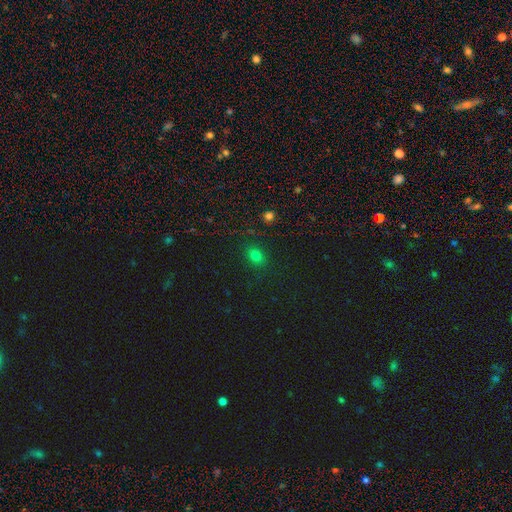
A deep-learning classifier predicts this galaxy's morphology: type=smooth (75%); roundness=in between (59%); merging=none (85%).